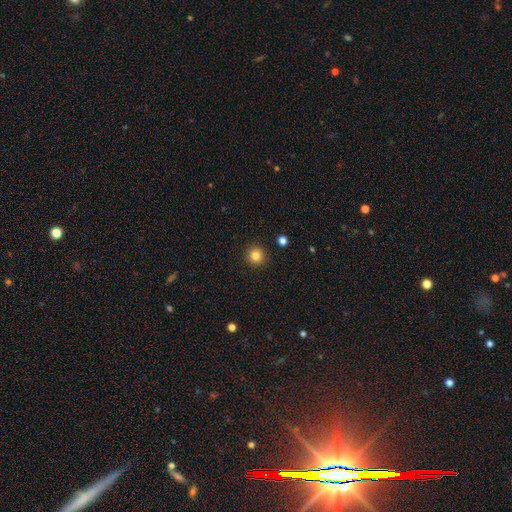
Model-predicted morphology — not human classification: smooth_or_featured: smooth (p=0.83) [alt: star or artifact p=0.12]
how_rounded: round (p=0.95) [alt: in between p=0.04]
merging: none (p=0.92) [alt: minor disturbance p=0.05]